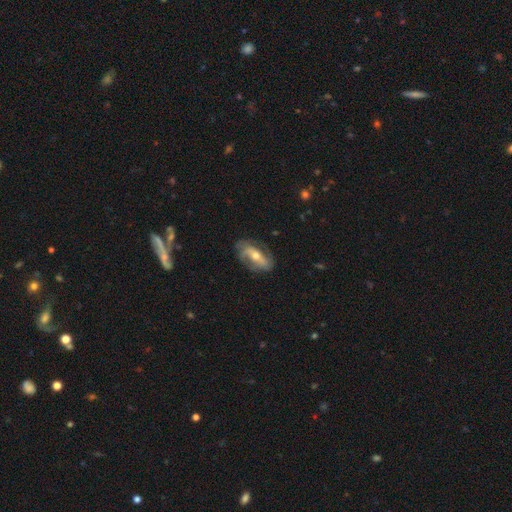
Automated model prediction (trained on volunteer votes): Q: Smooth or featured?
A: featured or disk (71%); runner-up: smooth (22%)
Q: Edge-on disk?
A: no (89%); runner-up: yes (11%)
Q: Bar?
A: strong (39%); runner-up: no (33%)
Q: Spiral arms?
A: yes (81%); runner-up: no (19%)
Q: Spiral winding?
A: medium (38%); runner-up: loose (34%)
Q: Spiral arm count?
A: 2 (75%); runner-up: can't tell (13%)
Q: Bulge size?
A: moderate (60%); runner-up: small (35%)
Q: Merging?
A: none (68%); runner-up: minor disturbance (21%)